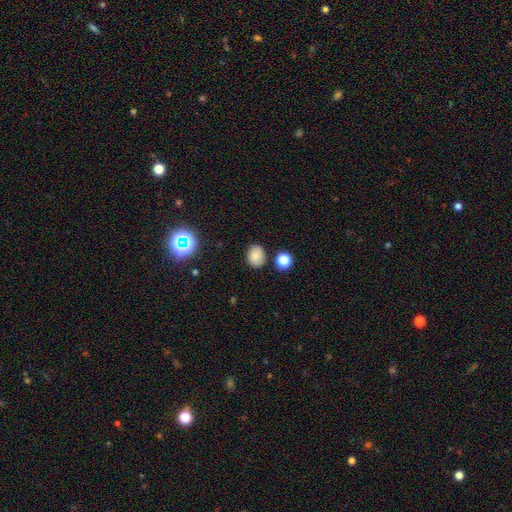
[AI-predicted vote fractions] A smooth galaxy with no disk features (79%) that is in between round and cigar-shaped (50%).

Vote fractions:
- Smooth or featured? smooth: 79% / star or artifact: 13% / featured or disk: 8%
- How rounded? in between: 50% / round: 49% / cigar-shaped: 1%
- Merging? none: 81% / minor disturbance: 12% / merger: 4% / major disturbance: 3%